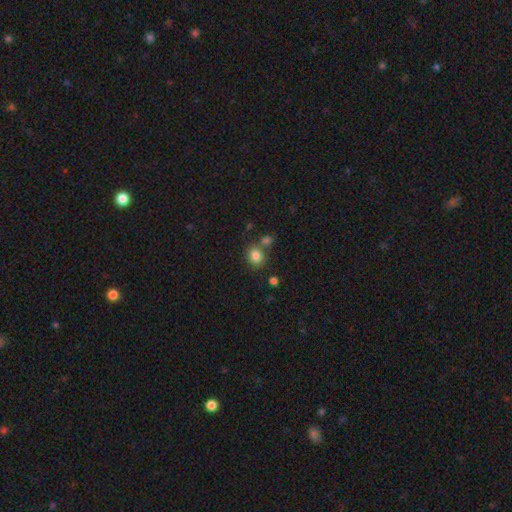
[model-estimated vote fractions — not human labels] Overall: smooth (83%). How rounded: round (65%; in between 35%). Merging: none (63%).